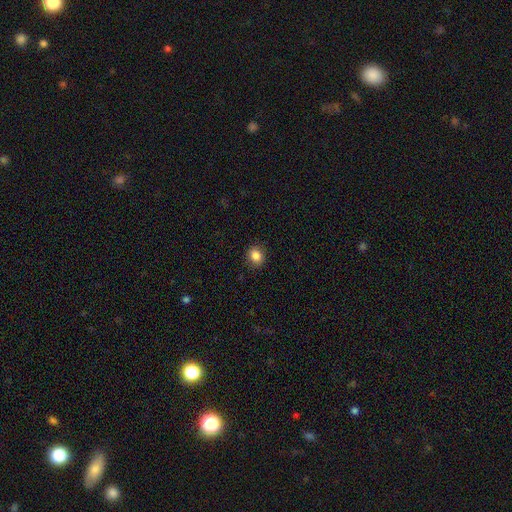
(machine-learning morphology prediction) smooth_or_featured: smooth (p=0.85) [alt: star or artifact p=0.10]
how_rounded: round (p=0.70) [alt: in between p=0.29]
merging: none (p=0.90) [alt: minor disturbance p=0.07]